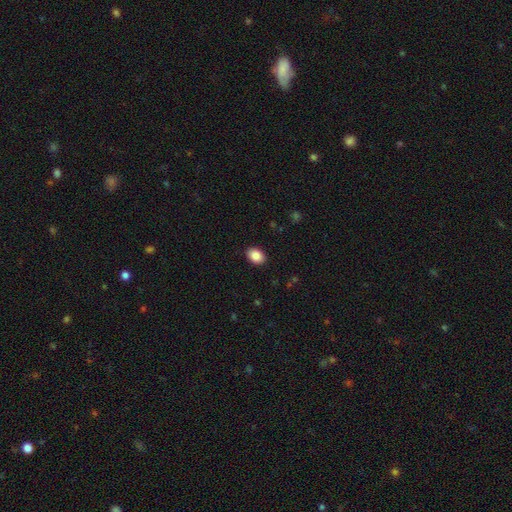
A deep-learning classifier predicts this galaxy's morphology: smooth-or-featured: smooth: 88% | star or artifact: 8% | featured or disk: 4%
  how-rounded: in between: 73% | round: 26% | cigar-shaped: 1%
  merging: none: 90% | minor disturbance: 7% | major disturbance: 2% | merger: 1%